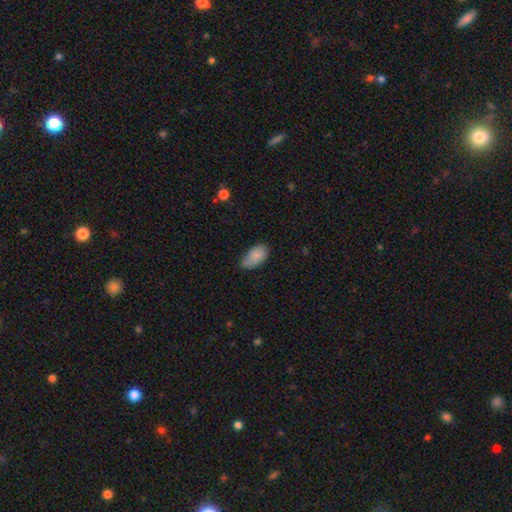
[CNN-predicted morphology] smooth-or-featured: smooth: 85% | featured or disk: 7% | star or artifact: 7%
  how-rounded: in between: 93% | round: 4% | cigar-shaped: 2%
  merging: none: 53% | minor disturbance: 37% | major disturbance: 7% | merger: 3%